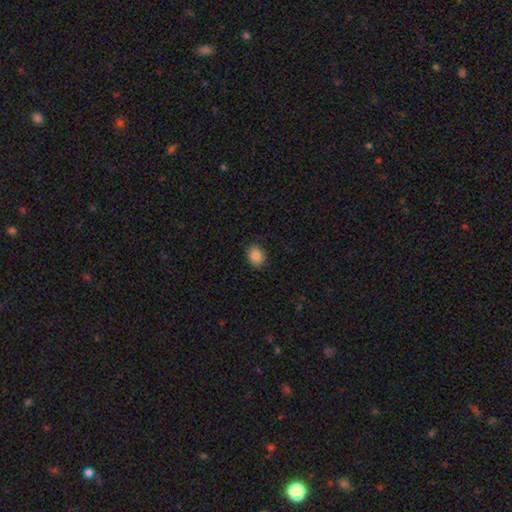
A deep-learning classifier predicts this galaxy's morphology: smooth_or_featured: smooth (p=0.87) [alt: star or artifact p=0.09]
how_rounded: round (p=0.53) [alt: in between p=0.47]
merging: none (p=0.87) [alt: minor disturbance p=0.09]